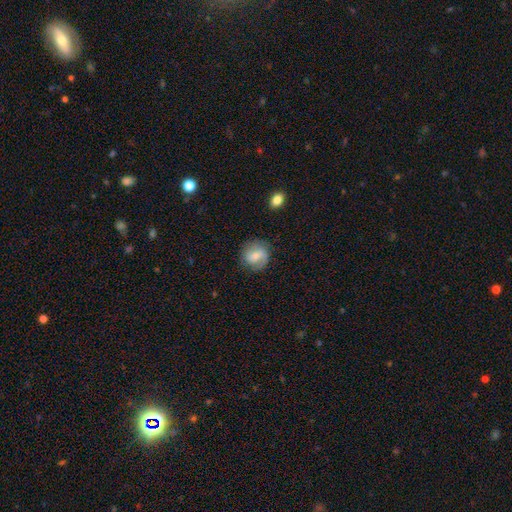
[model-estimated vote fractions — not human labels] This appears to be a featured or disk galaxy (56%) with a weak bar (50%), spiral arms (88%) and a small central bulge (48%). Merging: none (76%).